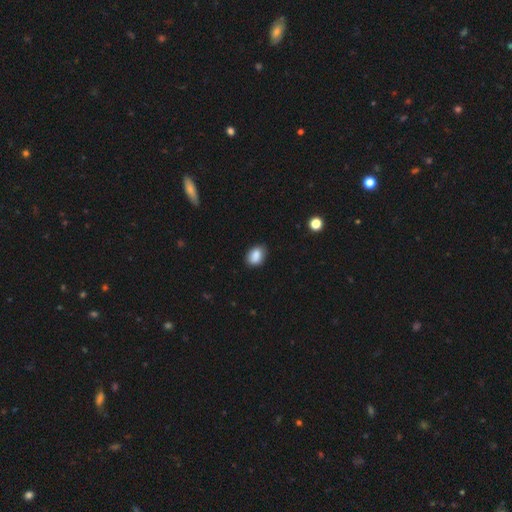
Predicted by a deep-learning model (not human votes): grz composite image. It shows a smooth galaxy with no disk features (87%) that is in between round and cigar-shaped (80%). Merging: none (79%).